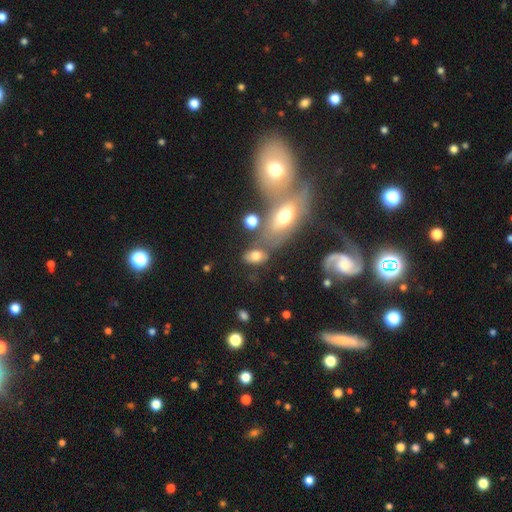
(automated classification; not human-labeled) Smooth or featured?
  - smooth: 69% *
  - featured or disk: 19%
  - star or artifact: 12%
How rounded?
  - in between: 85% *
  - round: 12%
  - cigar-shaped: 3%
Merging?
  - none: 46% *
  - merger: 21%
  - minor disturbance: 20%
  - major disturbance: 13%